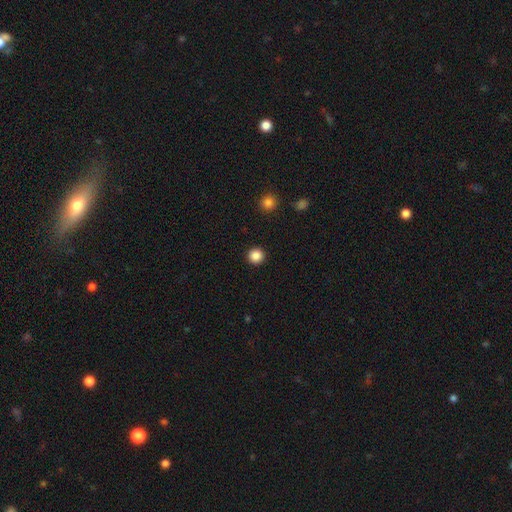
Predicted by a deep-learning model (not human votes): A smooth galaxy with no disk features (87%) that is round (95%). Merging: none (93%).